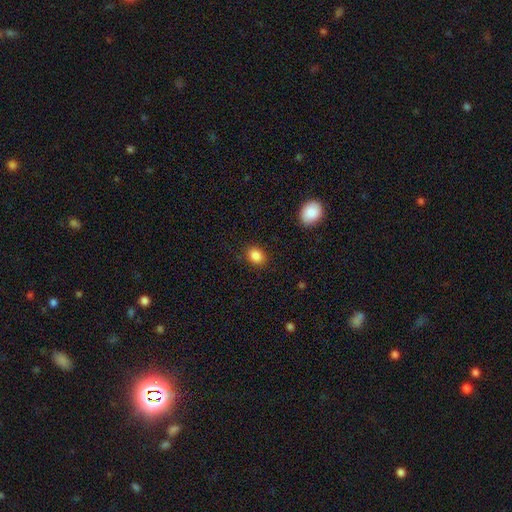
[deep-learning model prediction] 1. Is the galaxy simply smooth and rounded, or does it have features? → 87% smooth, 10% star or artifact, 4% featured or disk.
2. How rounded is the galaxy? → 56% in between, 43% round, 1% cigar-shaped.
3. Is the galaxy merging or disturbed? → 87% none, 9% minor disturbance, 3% major disturbance, 1% merger.